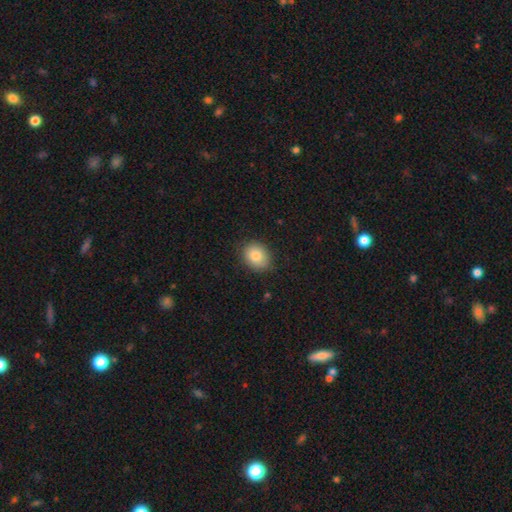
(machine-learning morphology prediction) Smooth or featured: smooth — 83% (star or artifact — 9%)
How rounded: in between — 50% (round — 49%)
Merging: none — 84% (minor disturbance — 12%)